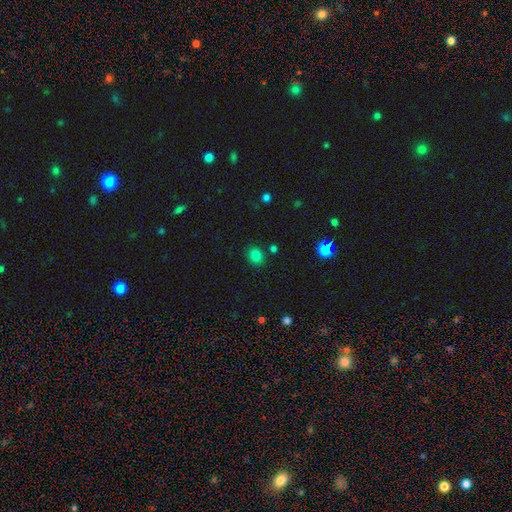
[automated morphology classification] type=smooth (80%); roundness=round (72%); merging=none (83%).